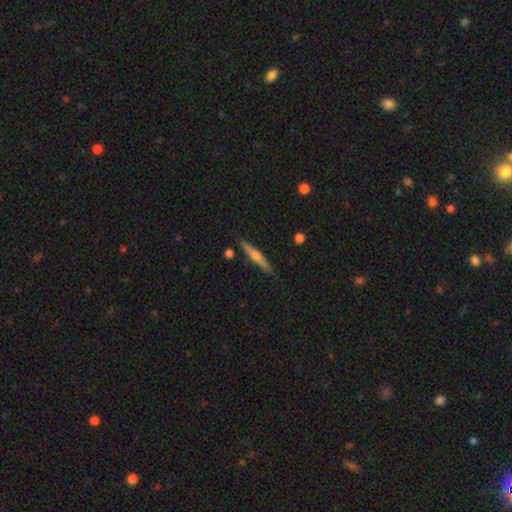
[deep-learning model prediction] Overall: smooth (48%; featured or disk 46%). Merging: none (85%).